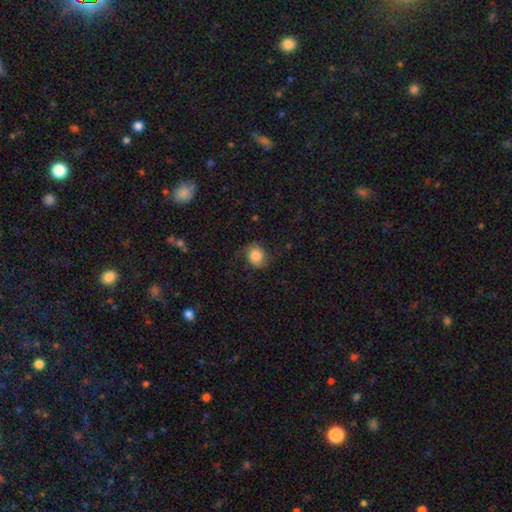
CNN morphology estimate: smooth_or_featured: smooth (p=0.72) [alt: featured or disk p=0.19]
how_rounded: round (p=0.67) [alt: in between p=0.32]
merging: none (p=0.70) [alt: minor disturbance p=0.21]